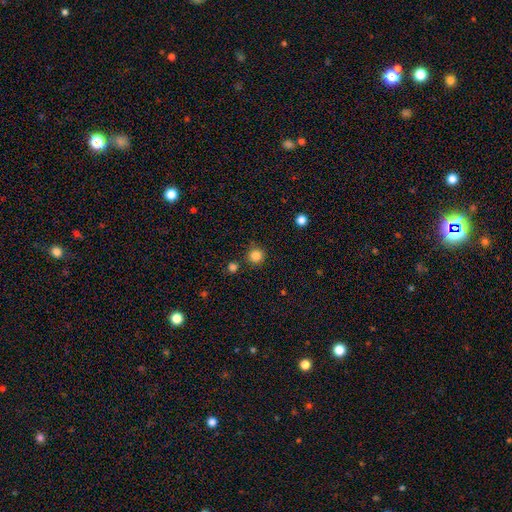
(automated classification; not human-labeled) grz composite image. It shows a smooth galaxy with no disk features (84%) that is round (94%). Merging: none (84%).